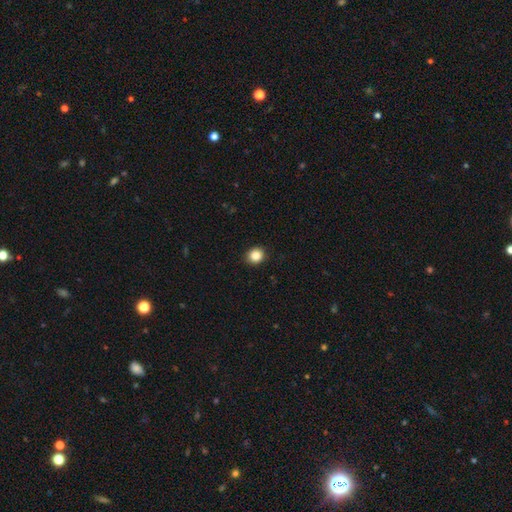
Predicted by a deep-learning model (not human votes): Smooth or featured?
  - smooth: 86% *
  - star or artifact: 10%
  - featured or disk: 3%
How rounded?
  - round: 84% *
  - in between: 15%
  - cigar-shaped: 1%
Merging?
  - none: 91% *
  - minor disturbance: 6%
  - major disturbance: 2%
  - merger: 1%